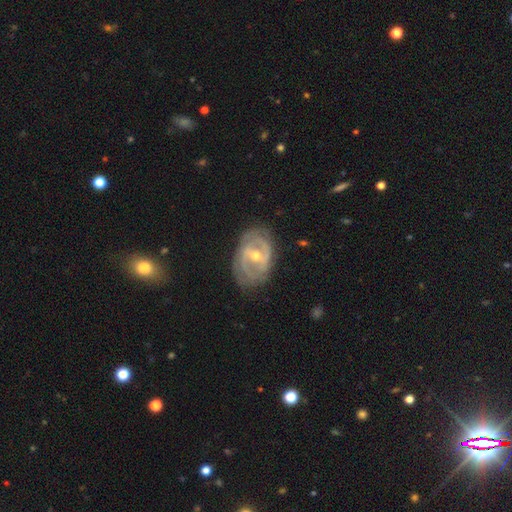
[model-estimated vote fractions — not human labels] The model was most divided on "bulge size": moderate: 55%, small: 42%, large: 1%, none: 1%, dominant: 1%. Remaining: edge-on disk — no (96%); spiral arms — yes (90%); smooth or featured — featured or disk (86%); merging — none (75%); spiral arm count — 2 (60%); spiral winding — tight (52%); bar — weak (47%).